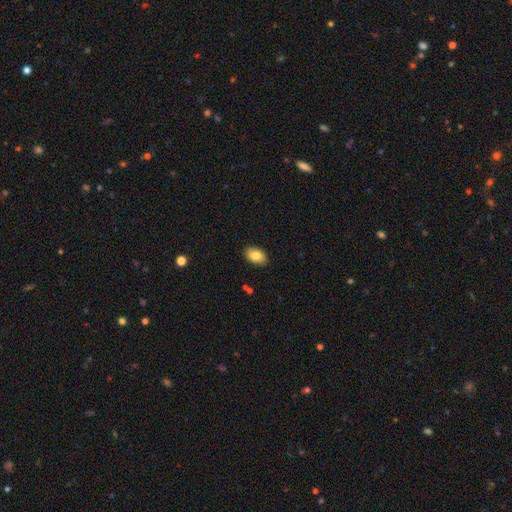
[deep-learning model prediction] Smooth or featured? Predicted: smooth (p=0.83). How rounded? Predicted: in between (p=0.91). Merging? Predicted: none (p=0.88).